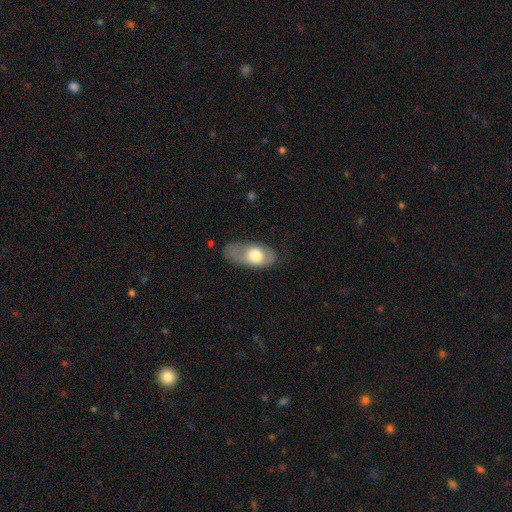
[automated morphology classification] smooth_or_featured: smooth (p=0.62) [alt: featured or disk p=0.31]
how_rounded: in between (p=0.88) [alt: round p=0.07]
merging: none (p=0.42) [alt: minor disturbance p=0.31]